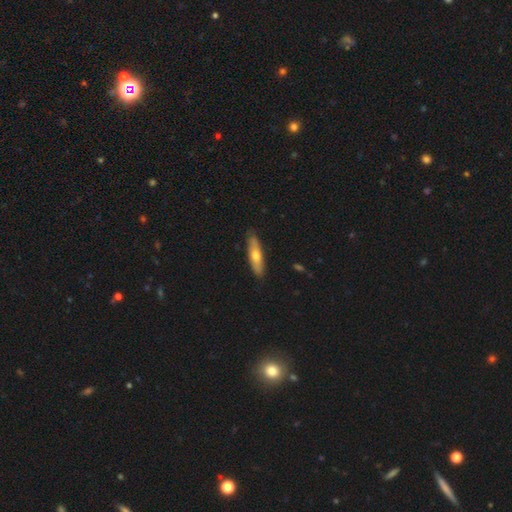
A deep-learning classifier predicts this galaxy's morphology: This is possibly a smooth galaxy (58%). How rounded: likely cigar-shaped (69%). Merging: clearly none (87%).